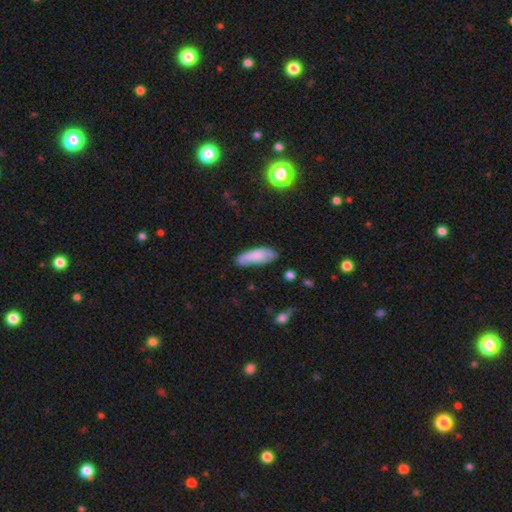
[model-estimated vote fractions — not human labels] Smooth or featured: smooth — 78% (featured or disk — 15%)
How rounded: in between — 58% (cigar-shaped — 40%)
Merging: none — 60% (minor disturbance — 29%)